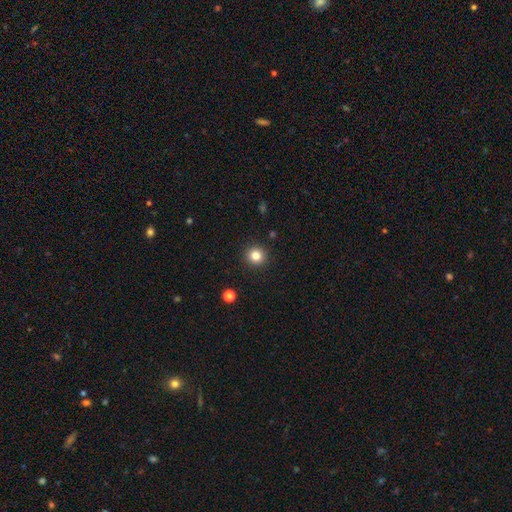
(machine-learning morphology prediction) Q: Smooth or featured?
A: smooth (82%); runner-up: star or artifact (12%)
Q: How rounded?
A: round (95%); runner-up: in between (4%)
Q: Merging?
A: none (93%); runner-up: minor disturbance (5%)